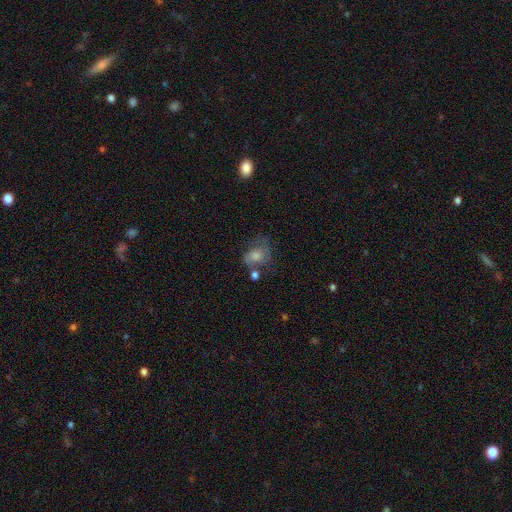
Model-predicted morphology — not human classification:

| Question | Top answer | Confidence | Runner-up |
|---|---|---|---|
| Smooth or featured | featured or disk | 43% | smooth (40%) |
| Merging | none | 49% | minor disturbance (24%) |